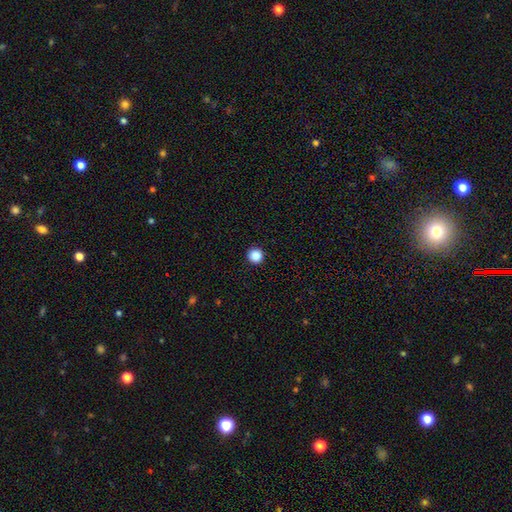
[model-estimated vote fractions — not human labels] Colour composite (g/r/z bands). It shows a smooth galaxy with no disk features (88%) that is round (96%). Merging: none (94%).